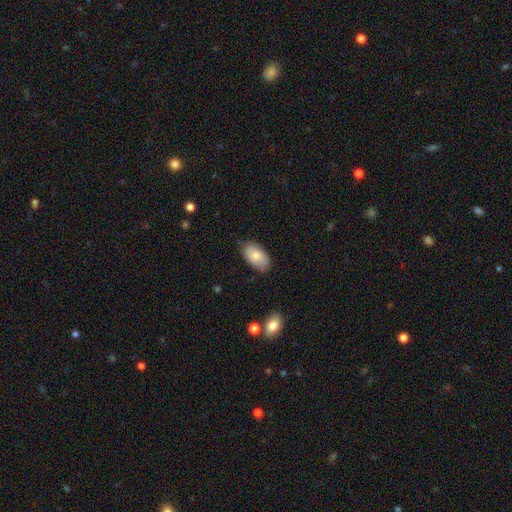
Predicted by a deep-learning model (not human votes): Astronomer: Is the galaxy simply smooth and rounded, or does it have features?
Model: smooth — 79%.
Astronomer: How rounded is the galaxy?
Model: in between — 95%.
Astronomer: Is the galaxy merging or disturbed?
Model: none — 76%.